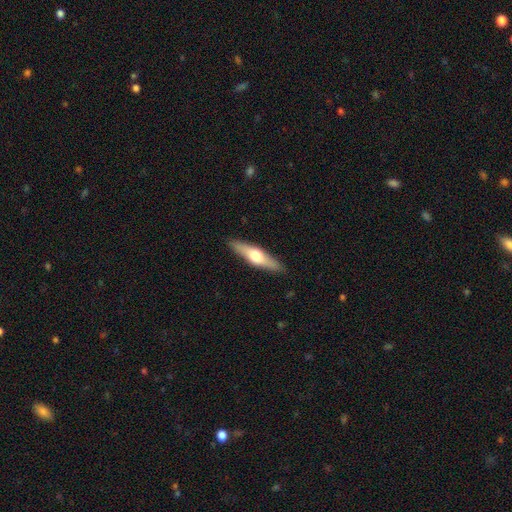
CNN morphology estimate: Smooth or featured?
  - featured or disk: 52% *
  - smooth: 43%
  - star or artifact: 5%
Edge-on disk?
  - yes: 91% *
  - no: 9%
Merging?
  - none: 89% *
  - minor disturbance: 8%
  - major disturbance: 2%
  - merger: 1%